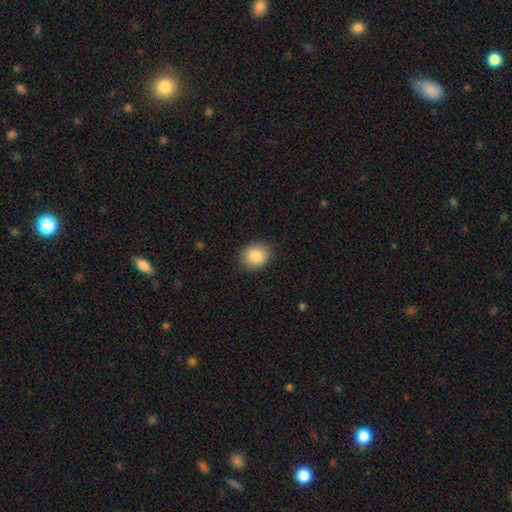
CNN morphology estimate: Smooth or featured? smooth (87%)
How rounded? round (63%)
Merging? none (86%)